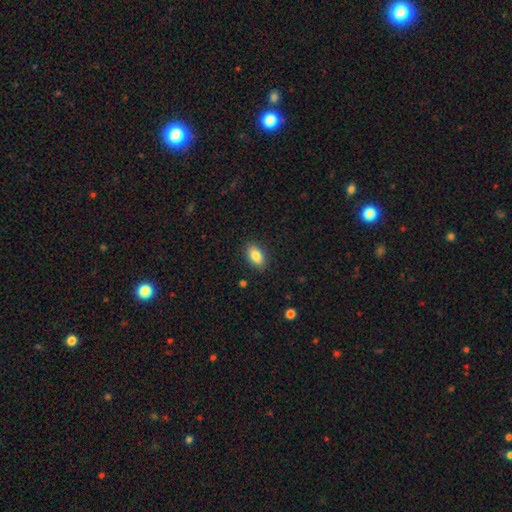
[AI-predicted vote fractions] Smooth or featured: smooth — 85% (star or artifact — 8%)
How rounded: in between — 91% (round — 6%)
Merging: none — 89% (minor disturbance — 8%)